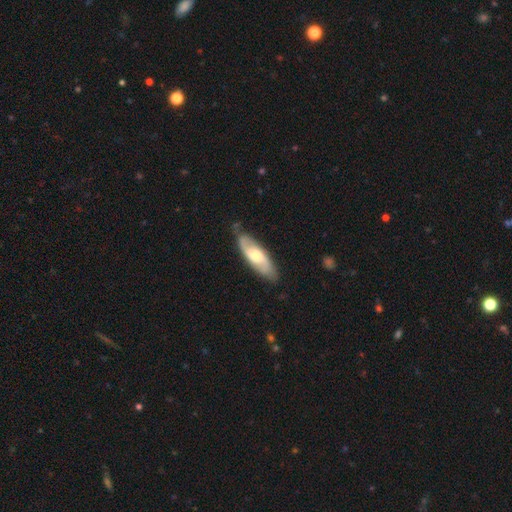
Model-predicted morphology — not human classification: A featured or disk galaxy (60%). Merging: none (79%).